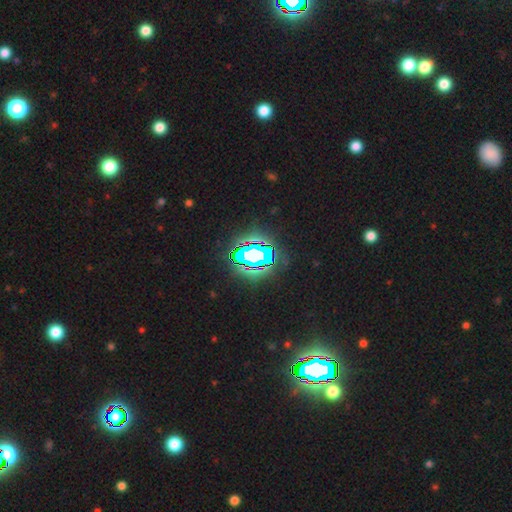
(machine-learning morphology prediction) smooth_or_featured: star or artifact (p=0.72) [alt: smooth p=0.14]